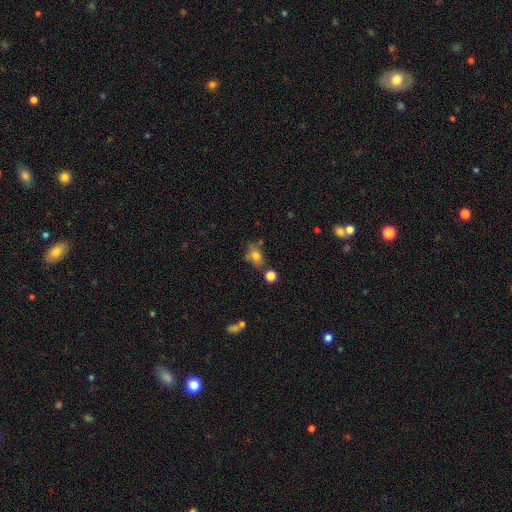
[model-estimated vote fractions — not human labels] Smooth or featured? smooth (73%)
How rounded? in between (65%)
Merging? none (56%)